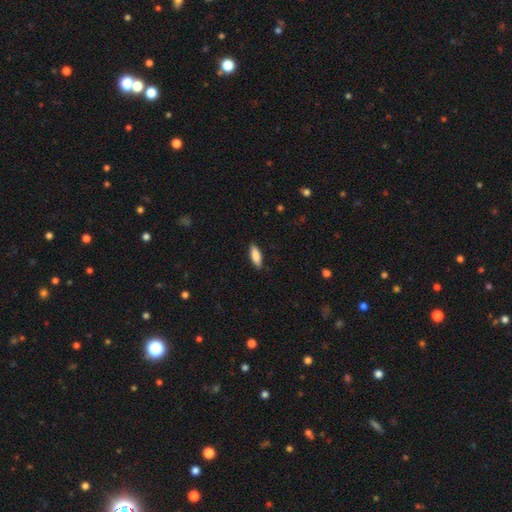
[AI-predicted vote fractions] Overall: smooth (87%). How rounded: in between (66%; cigar-shaped 32%). Merging: none (87%).